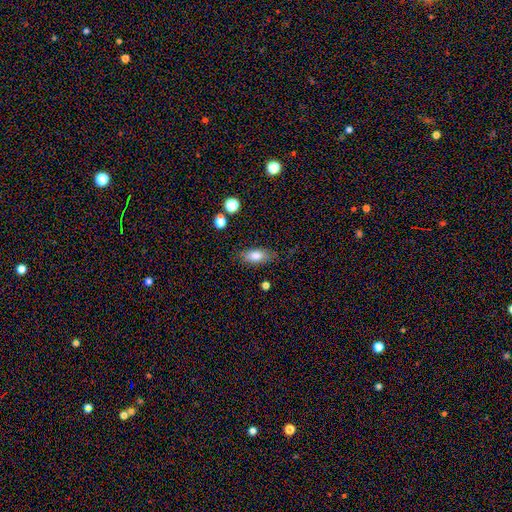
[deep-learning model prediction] Smooth or featured? Predicted: smooth (p=0.81). How rounded? Predicted: in between (p=0.83). Merging? Predicted: none (p=0.79).